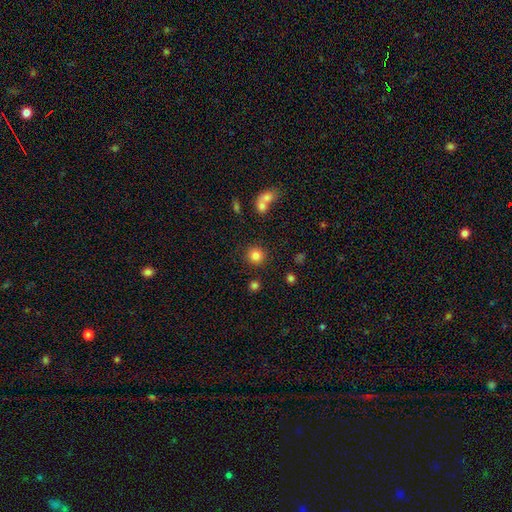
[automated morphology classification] This is clearly a smooth galaxy (83%). How rounded: clearly round (92%). Merging: clearly none (85%).